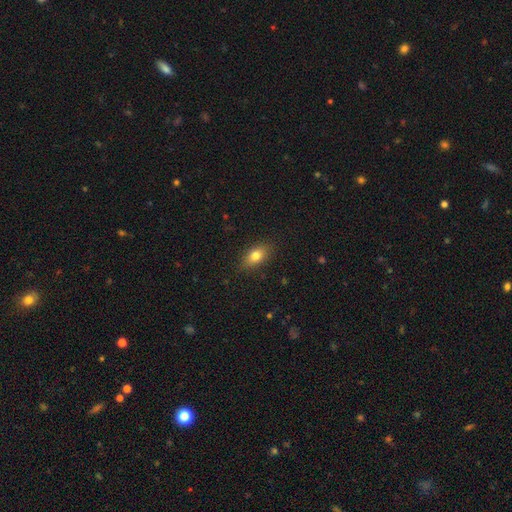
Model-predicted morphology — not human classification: Overall: smooth (79%). How rounded: in between (84%). Merging: none (86%).